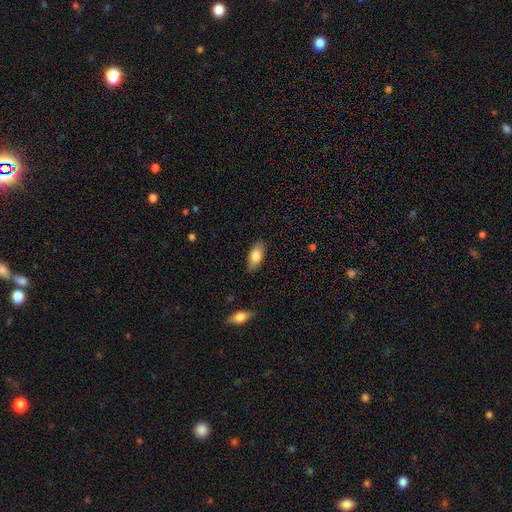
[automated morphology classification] smooth-or-featured: smooth: 80% | featured or disk: 13% | star or artifact: 6%
  how-rounded: in between: 88% | cigar-shaped: 10% | round: 3%
  merging: none: 85% | minor disturbance: 11% | major disturbance: 2% | merger: 1%